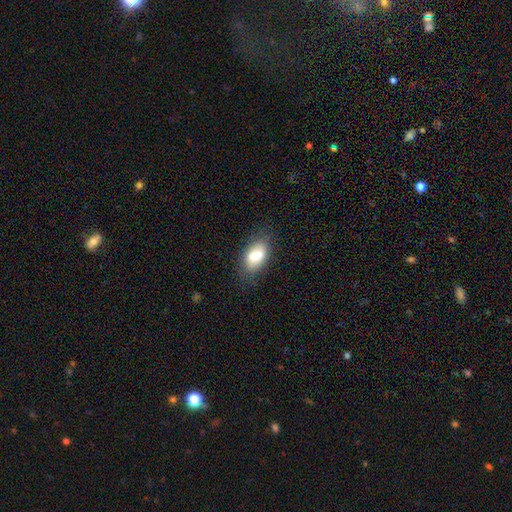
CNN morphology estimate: smooth-or-featured: smooth: 78% | featured or disk: 14% | star or artifact: 8%
  how-rounded: in between: 90% | round: 5% | cigar-shaped: 4%
  merging: none: 71% | minor disturbance: 21% | major disturbance: 6% | merger: 3%